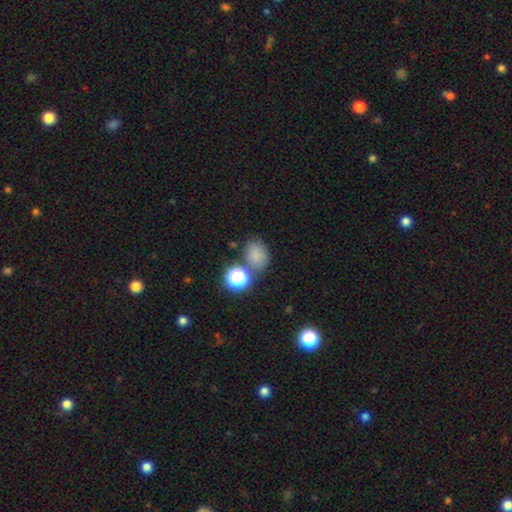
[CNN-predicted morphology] The model was most divided on "how rounded": in between: 58%, round: 41%, cigar-shaped: 1%. More confident: smooth or featured — smooth (74%); merging — none (63%).